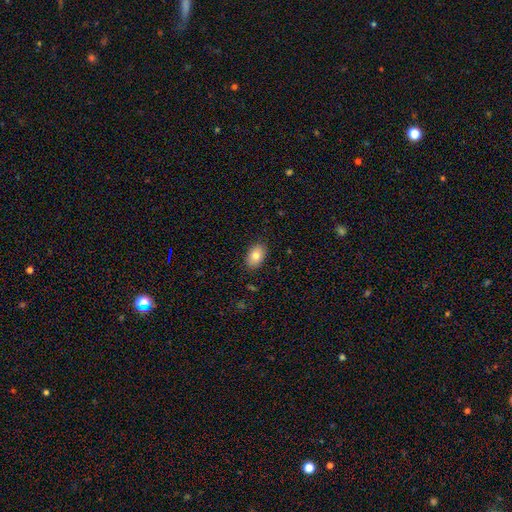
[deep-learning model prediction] Overall: smooth (80%). How rounded: in between (87%). Merging: none (87%).